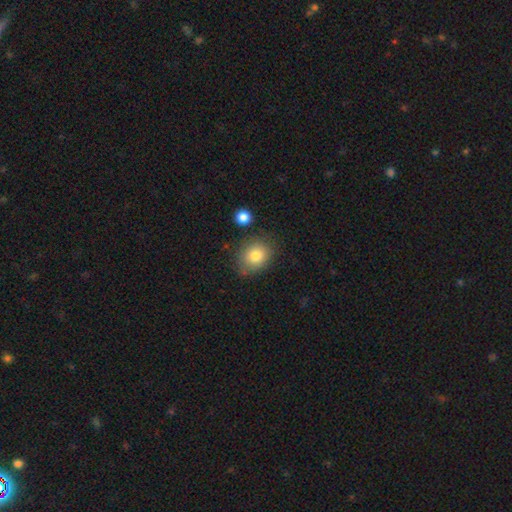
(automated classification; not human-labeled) Morphology: type=smooth (82%); roundness=round (50%); merging=none (74%).